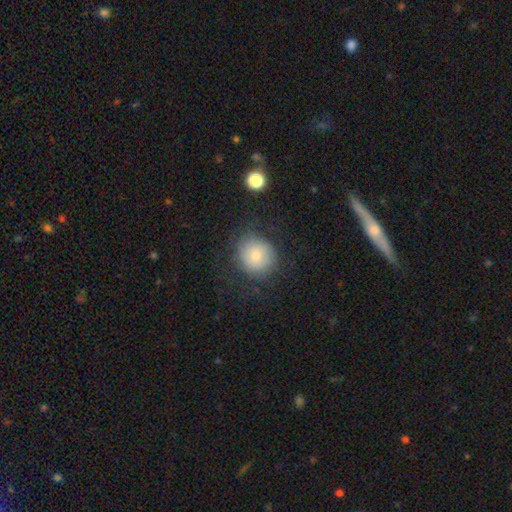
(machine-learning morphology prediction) The model was most divided on "smooth or featured": smooth: 72%, featured or disk: 19%, star or artifact: 9%. More confident: how rounded — round (87%); merging — none (72%).